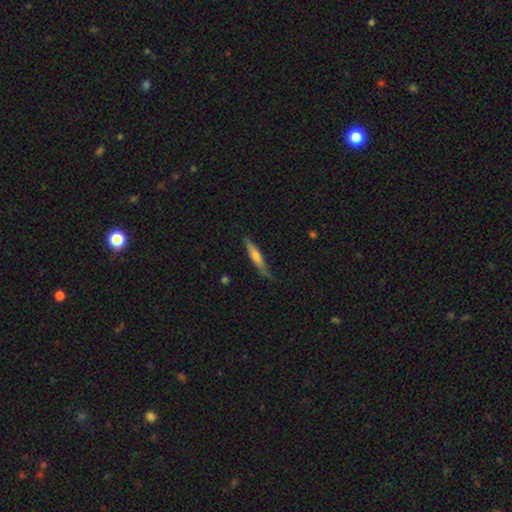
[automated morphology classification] This is possibly a smooth galaxy (53%). How rounded: clearly cigar-shaped (90%). Merging: likely none (73%).